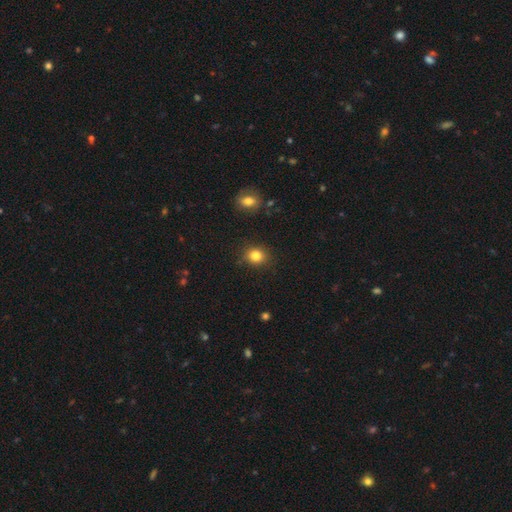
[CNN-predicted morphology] A smooth galaxy with no disk features (83%) that is round (76%).

Vote fractions:
- Smooth or featured? smooth: 83% / star or artifact: 12% / featured or disk: 5%
- How rounded? round: 76% / in between: 23% / cigar-shaped: 1%
- Merging? none: 86% / minor disturbance: 10% / major disturbance: 2% / merger: 2%